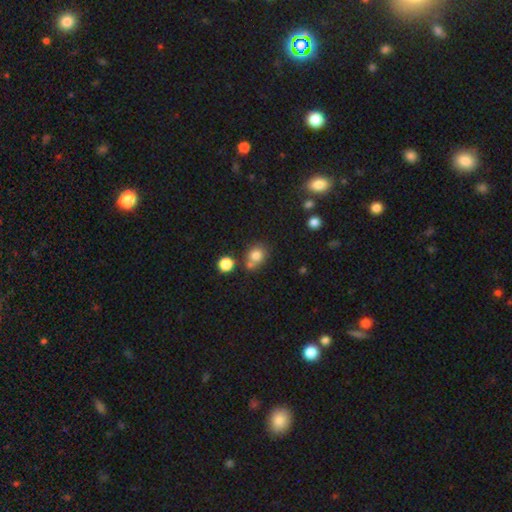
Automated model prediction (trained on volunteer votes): Smooth or featured?
  - smooth: 80% *
  - star or artifact: 12%
  - featured or disk: 8%
How rounded?
  - round: 73% *
  - in between: 26%
  - cigar-shaped: 1%
Merging?
  - none: 55% *
  - merger: 28%
  - minor disturbance: 13%
  - major disturbance: 4%